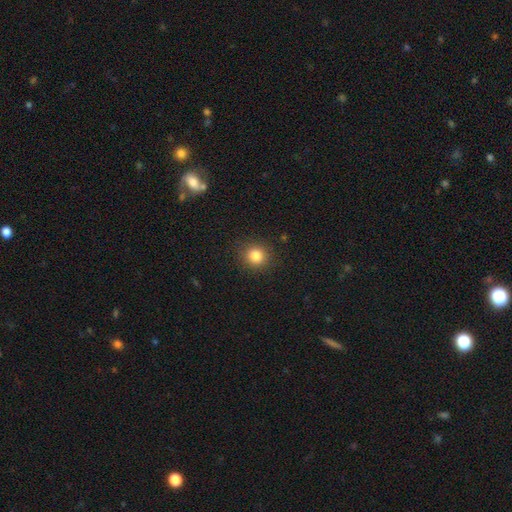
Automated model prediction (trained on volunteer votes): Smooth or featured?
  - smooth: 83% *
  - star or artifact: 12%
  - featured or disk: 5%
How rounded?
  - round: 90% *
  - in between: 9%
  - cigar-shaped: 1%
Merging?
  - none: 90% *
  - minor disturbance: 6%
  - major disturbance: 2%
  - merger: 1%